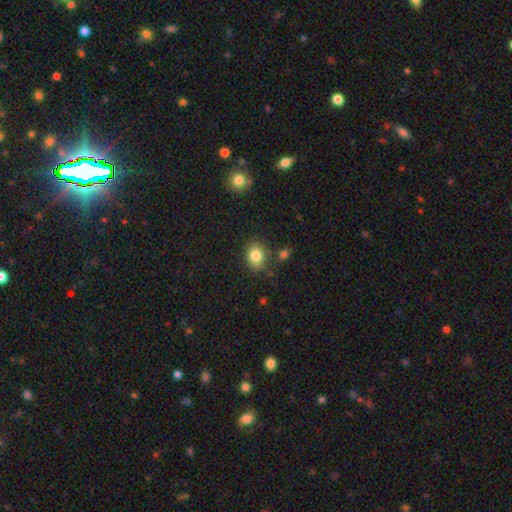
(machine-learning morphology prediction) A smooth galaxy with no disk features (83%) that is in between round and cigar-shaped (53%).

Vote fractions:
- Smooth or featured? smooth: 83% / star or artifact: 10% / featured or disk: 7%
- How rounded? in between: 53% / round: 46% / cigar-shaped: 1%
- Merging? none: 76% / minor disturbance: 15% / merger: 6% / major disturbance: 4%